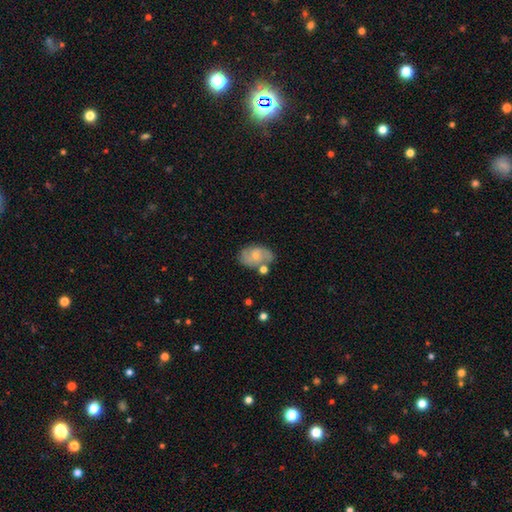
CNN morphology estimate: Smooth or featured?
  - smooth: 50% *
  - featured or disk: 42%
  - star or artifact: 8%
How rounded?
  - in between: 84% *
  - round: 14%
  - cigar-shaped: 1%
Merging?
  - none: 61% *
  - minor disturbance: 21%
  - merger: 11%
  - major disturbance: 6%